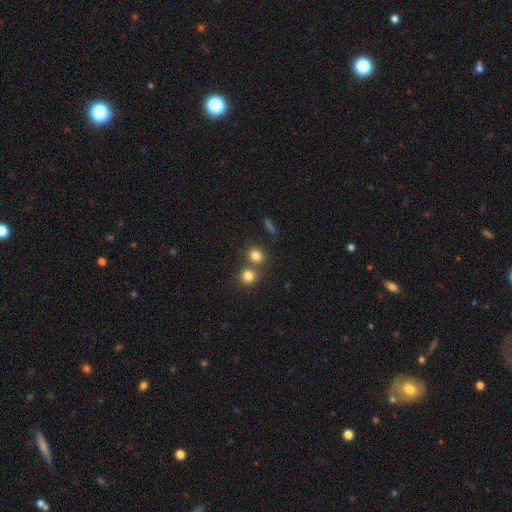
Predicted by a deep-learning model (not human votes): smooth_or_featured: smooth (p=0.80) [alt: star or artifact p=0.13]
how_rounded: round (p=0.78) [alt: in between p=0.21]
merging: none (p=0.55) [alt: merger p=0.34]